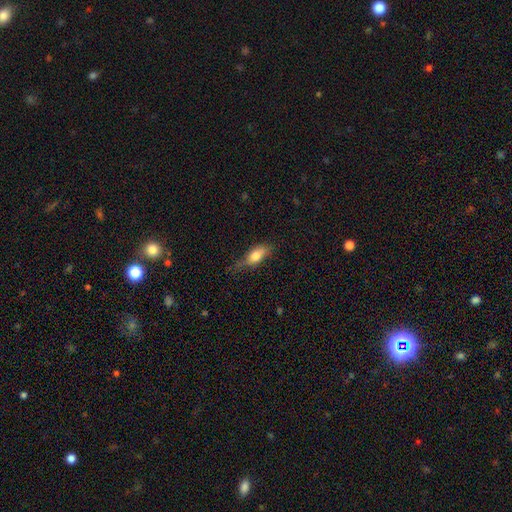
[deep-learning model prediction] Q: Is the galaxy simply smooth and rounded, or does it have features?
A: smooth — 72%.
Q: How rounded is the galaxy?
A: in between — 76%.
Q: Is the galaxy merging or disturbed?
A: none — 54%.